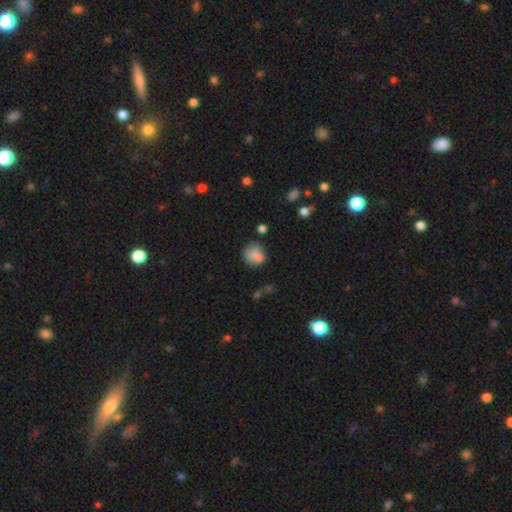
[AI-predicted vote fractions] The model was most divided on "merging": none: 52%, minor disturbance: 23%, merger: 13%, major disturbance: 11%. More confident: smooth or featured — smooth (75%); how rounded — round (74%).